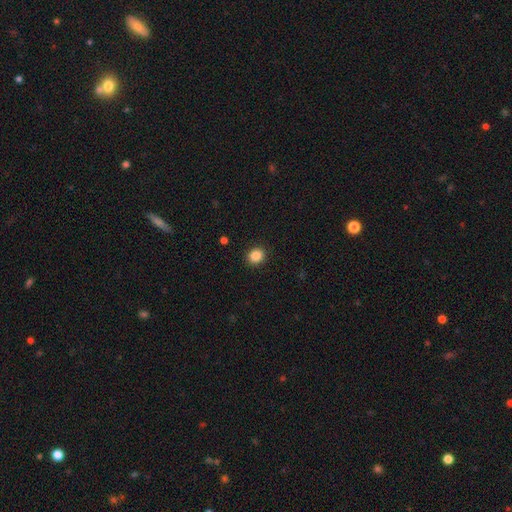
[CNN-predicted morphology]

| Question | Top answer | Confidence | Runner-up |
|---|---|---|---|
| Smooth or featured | smooth | 87% | star or artifact (10%) |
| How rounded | round | 76% | in between (23%) |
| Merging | none | 91% | minor disturbance (6%) |